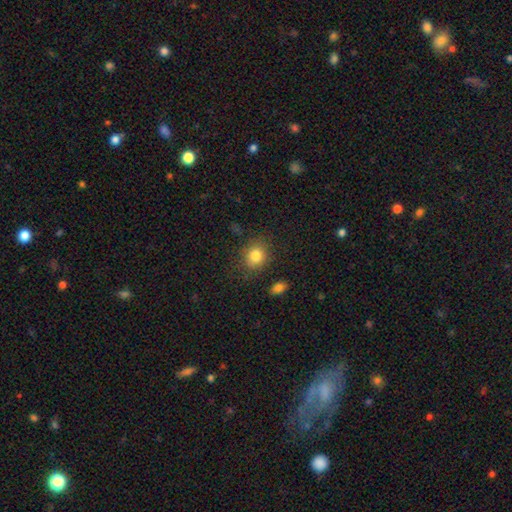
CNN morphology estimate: Smooth or featured? Predicted: smooth (p=0.83). How rounded? Predicted: round (p=0.68). Merging? Predicted: none (p=0.80).